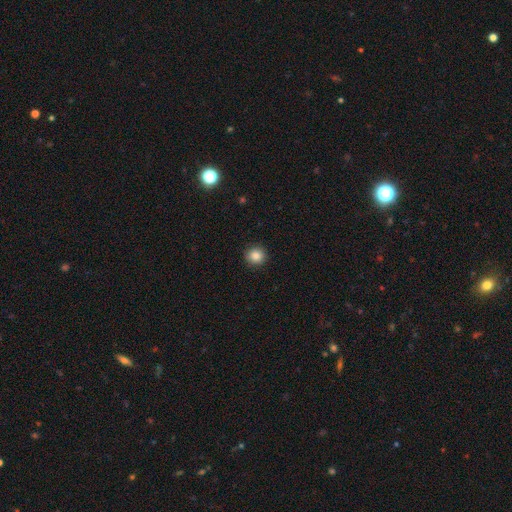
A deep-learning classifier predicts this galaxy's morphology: type=smooth (85%); roundness=round (92%); merging=none (92%).